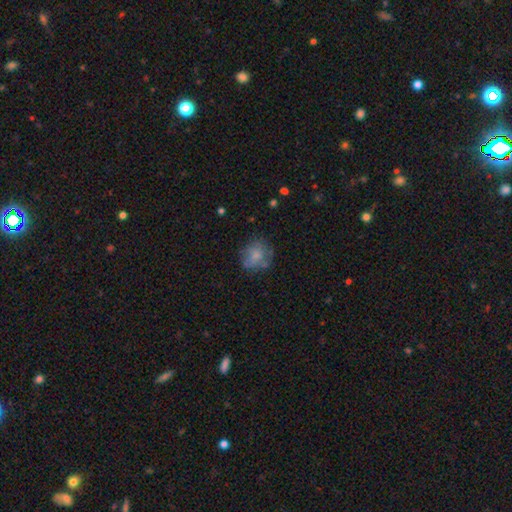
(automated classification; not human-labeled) A smooth galaxy with no disk features (62%) that is round (71%). Merging: none (60%).